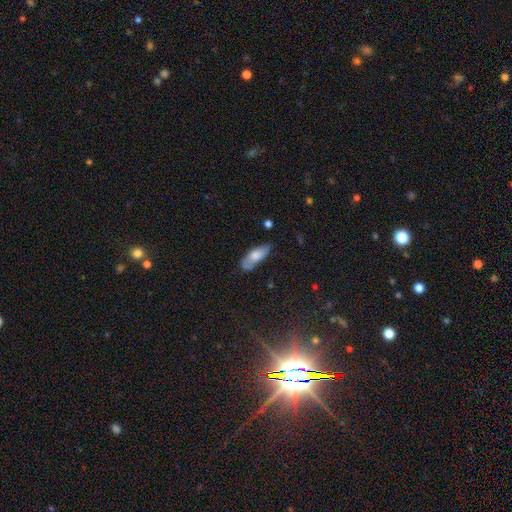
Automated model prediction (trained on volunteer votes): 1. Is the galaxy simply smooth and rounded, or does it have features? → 71% smooth, 22% featured or disk, 7% star or artifact.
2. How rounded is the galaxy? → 69% in between, 28% cigar-shaped, 2% round.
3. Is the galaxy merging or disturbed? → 57% none, 30% minor disturbance, 9% major disturbance, 5% merger.